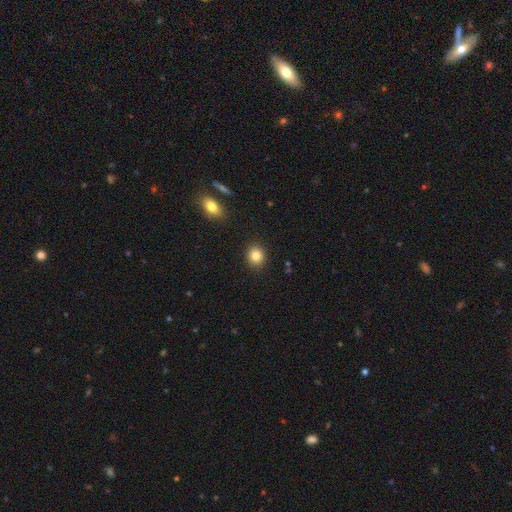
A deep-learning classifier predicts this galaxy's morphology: type=smooth (84%); roundness=round (76%); merging=none (90%).